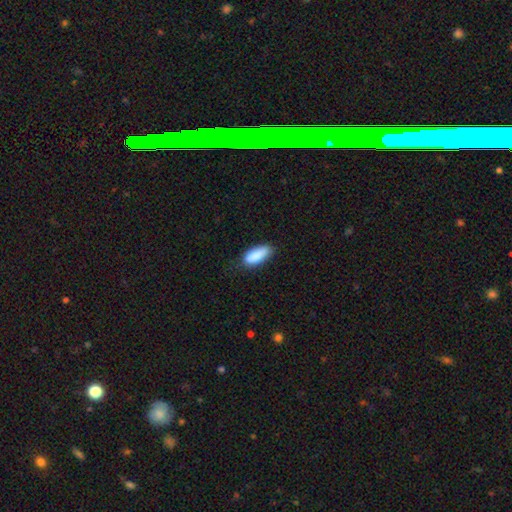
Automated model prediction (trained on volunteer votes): Morphology: type=smooth (88%); roundness=in between (79%); merging=none (71%).